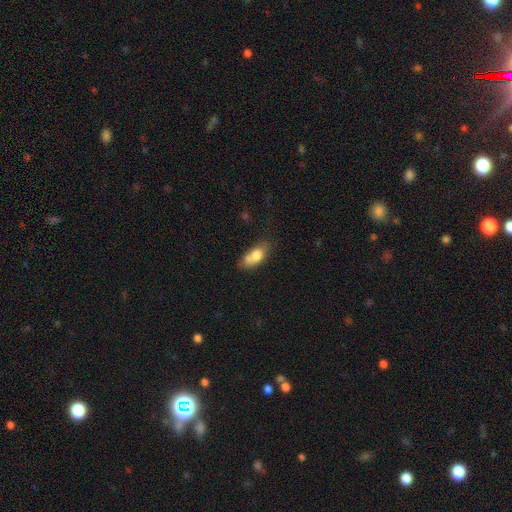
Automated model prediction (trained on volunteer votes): This appears to be a smooth galaxy with no disk features (75%) that is in between round and cigar-shaped (84%). Merging: none (44%).